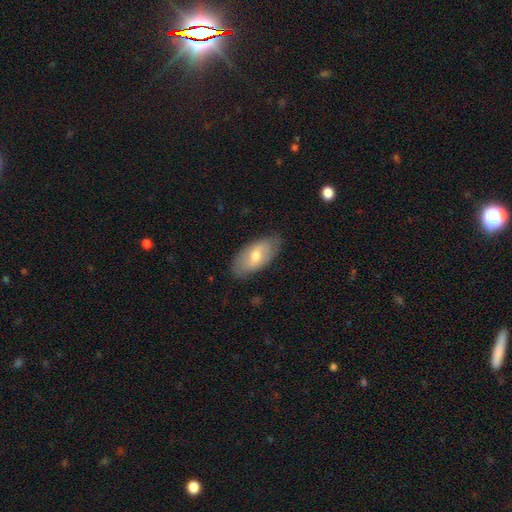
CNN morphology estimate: smooth_or_featured: smooth (p=0.56) [alt: featured or disk p=0.38]
how_rounded: in between (p=0.92) [alt: cigar-shaped p=0.05]
merging: none (p=0.81) [alt: minor disturbance p=0.15]